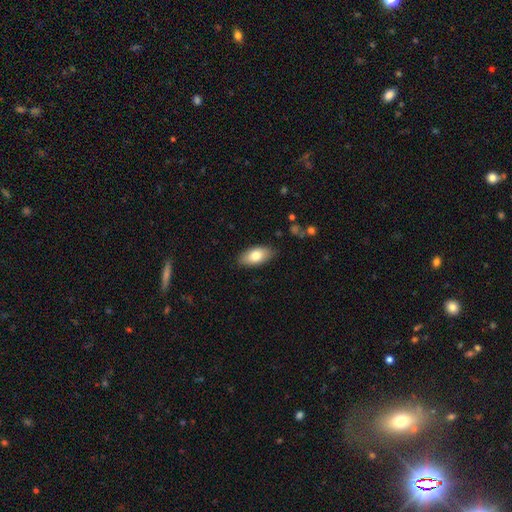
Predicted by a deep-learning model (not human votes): smooth_or_featured: smooth (p=0.79) [alt: featured or disk p=0.14]
how_rounded: in between (p=0.92) [alt: cigar-shaped p=0.05]
merging: none (p=0.87) [alt: minor disturbance p=0.10]